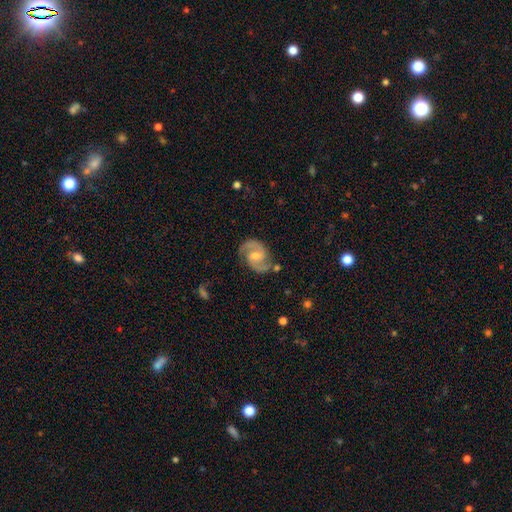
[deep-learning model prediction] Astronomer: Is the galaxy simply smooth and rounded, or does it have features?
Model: featured or disk — 89%.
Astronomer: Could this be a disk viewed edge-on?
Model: no — 98%.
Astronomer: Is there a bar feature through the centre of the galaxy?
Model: weak — 47% (runner-up: no, 41%).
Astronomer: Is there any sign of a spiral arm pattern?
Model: yes — 98%.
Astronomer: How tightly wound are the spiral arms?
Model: medium — 60%.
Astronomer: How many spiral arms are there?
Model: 2 — 94%.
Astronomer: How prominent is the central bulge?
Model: moderate — 53% (runner-up: small, 39%).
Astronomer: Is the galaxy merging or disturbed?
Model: none — 81%.